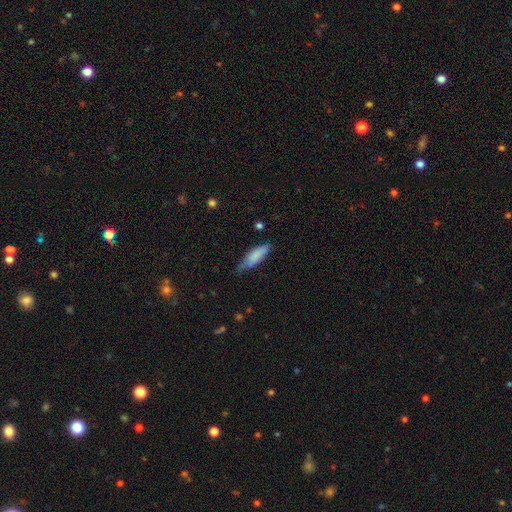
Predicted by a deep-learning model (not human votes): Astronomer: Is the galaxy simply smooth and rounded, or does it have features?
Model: smooth — 79%.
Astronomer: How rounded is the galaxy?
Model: in between — 50% (runner-up: cigar-shaped, 48%).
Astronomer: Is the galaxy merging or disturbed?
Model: none — 52% (runner-up: minor disturbance, 37%).